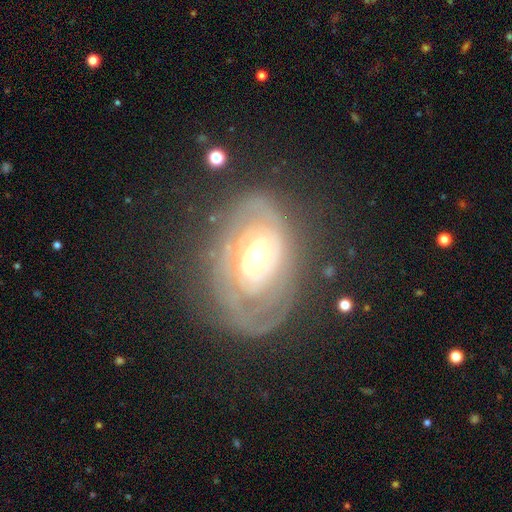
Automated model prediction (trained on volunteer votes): Smooth or featured? featured or disk (79%)
Edge-on disk? no (95%)
Bar? no (65%)
Spiral arms? yes (76%)
Spiral winding? tight (69%)
Spiral arm count? can't tell (46%)
Bulge size? moderate (63%)
Merging? none (60%)